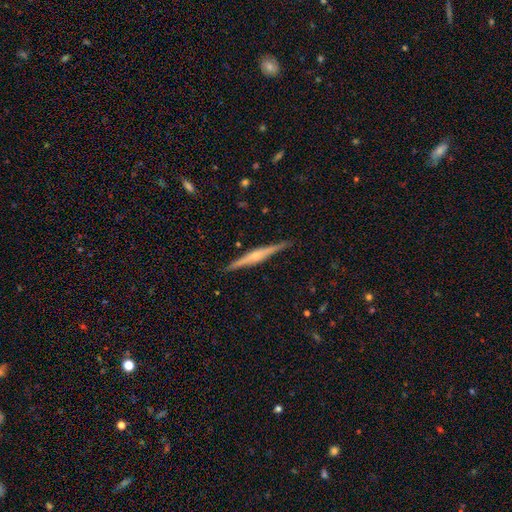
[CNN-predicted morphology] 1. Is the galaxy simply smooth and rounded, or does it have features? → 78% featured or disk, 15% smooth, 6% star or artifact.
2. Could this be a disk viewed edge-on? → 98% yes, 2% no.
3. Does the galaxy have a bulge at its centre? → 83% rounded, 9% boxy, 8% none.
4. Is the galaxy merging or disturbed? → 90% none, 7% minor disturbance, 1% major disturbance, 1% merger.